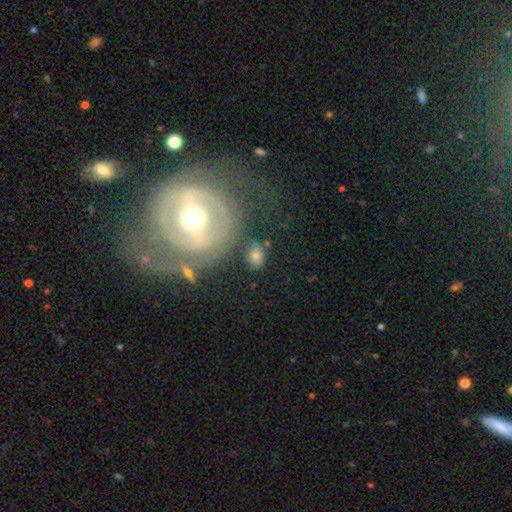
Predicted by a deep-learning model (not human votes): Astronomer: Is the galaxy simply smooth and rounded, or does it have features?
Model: smooth — 65%.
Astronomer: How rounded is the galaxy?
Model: in between — 50% (runner-up: round, 48%).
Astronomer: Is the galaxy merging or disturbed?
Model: none — 67%.